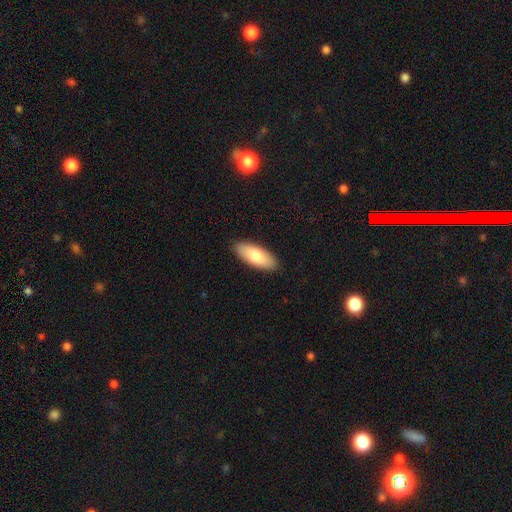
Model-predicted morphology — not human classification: The model was most divided on "how rounded": in between: 80%, cigar-shaped: 18%, round: 2%. More confident: merging — none (90%); smooth or featured — smooth (80%).